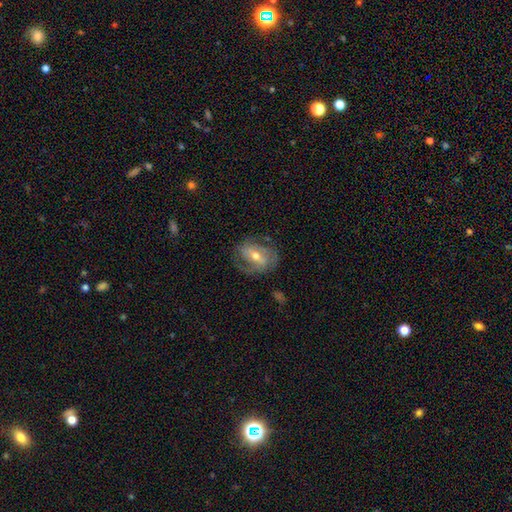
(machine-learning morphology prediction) type=featured or disk (72%); edge-on=no (95%); bar=weak (41%); spiral arms=yes (79%); winding=medium (42%); arm count=2 (62%); bulge=moderate (63%); merging=none (65%).